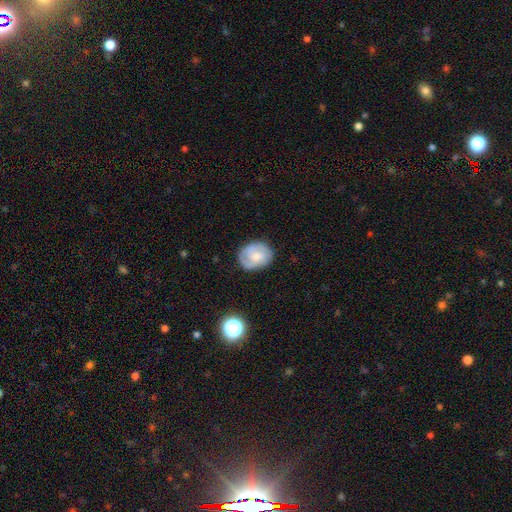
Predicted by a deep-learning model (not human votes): A featured or disk galaxy (49%). Merging: none (76%).